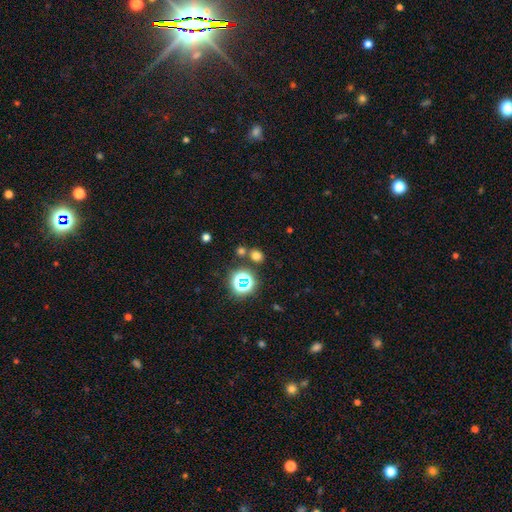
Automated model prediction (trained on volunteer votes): Smooth or featured? Predicted: smooth (p=0.65). How rounded? Predicted: round (p=0.65). Merging? Predicted: none (p=0.72).